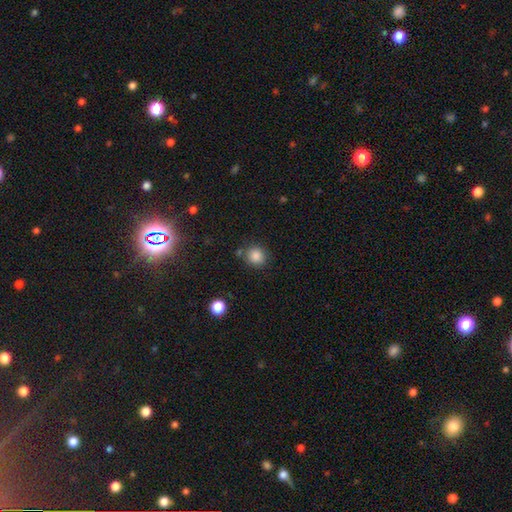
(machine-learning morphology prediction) This appears to be a smooth galaxy with no disk features (86%) that is round (86%). Merging: none (79%).